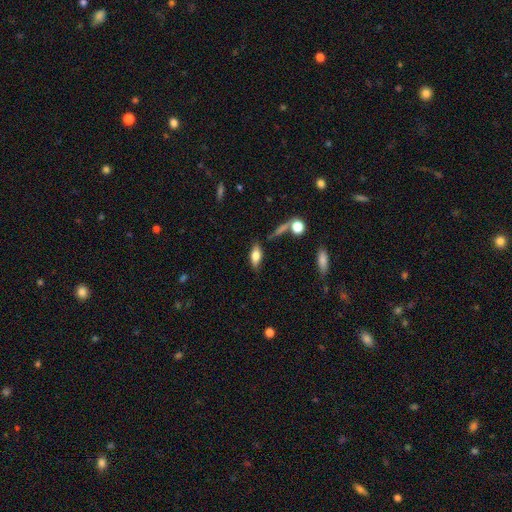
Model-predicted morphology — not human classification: Overall: smooth (69%). How rounded: in between (78%). Merging: none (74%).